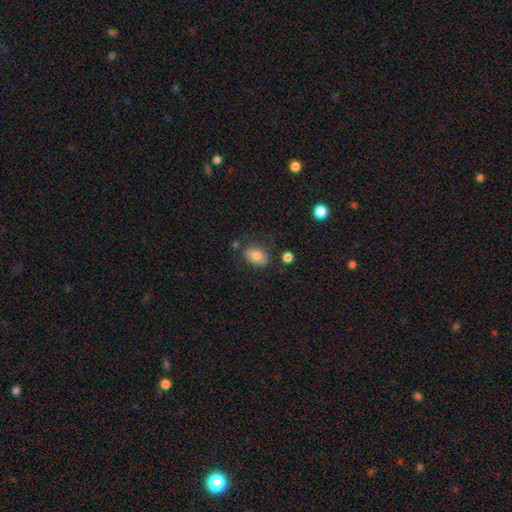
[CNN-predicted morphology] Overall: smooth (80%). How rounded: in between (81%). Merging: none (74%).